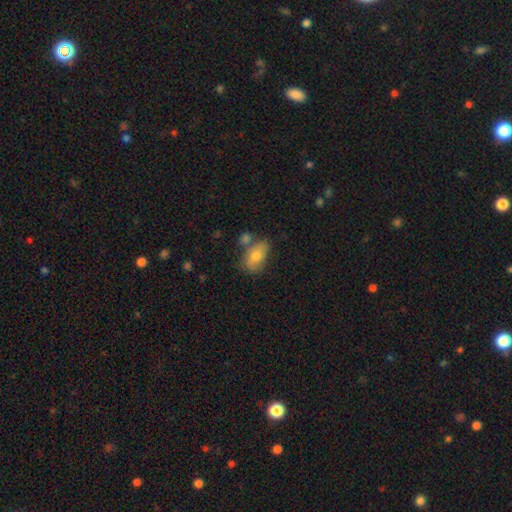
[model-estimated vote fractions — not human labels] A smooth galaxy with no disk features (71%) that is in between round and cigar-shaped (86%).

Vote fractions:
- Smooth or featured? smooth: 71% / featured or disk: 20% / star or artifact: 8%
- How rounded? in between: 86% / round: 12% / cigar-shaped: 2%
- Merging? none: 53% / minor disturbance: 21% / merger: 18% / major disturbance: 7%